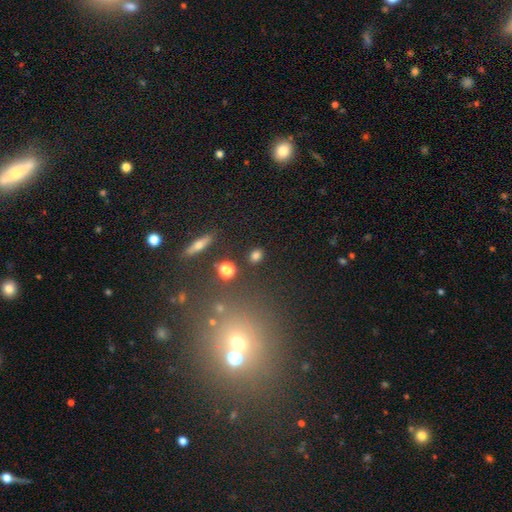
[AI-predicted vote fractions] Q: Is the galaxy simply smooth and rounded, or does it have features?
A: smooth — 79%.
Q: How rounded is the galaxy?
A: in between — 49%.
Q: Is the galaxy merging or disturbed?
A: none — 84%.